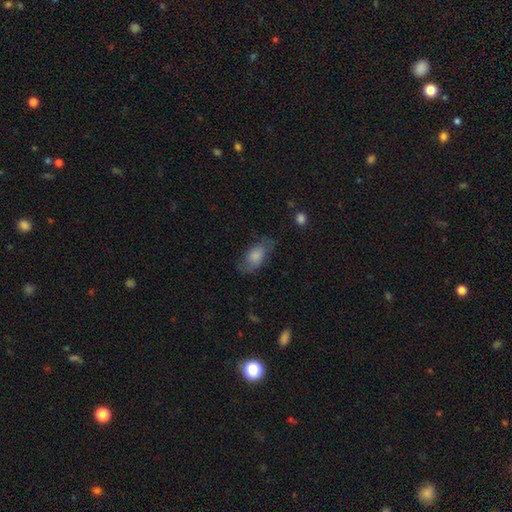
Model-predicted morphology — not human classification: Overall: smooth (73%). How rounded: in between (90%). Merging: none (65%).